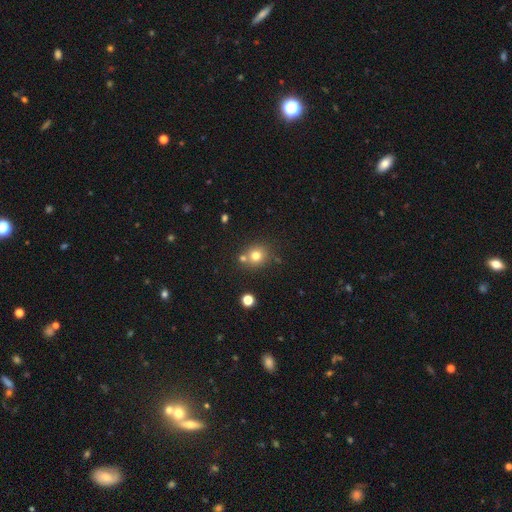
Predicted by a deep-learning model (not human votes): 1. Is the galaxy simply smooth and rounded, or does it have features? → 76% smooth, 14% star or artifact, 10% featured or disk.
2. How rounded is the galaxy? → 85% round, 14% in between, 1% cigar-shaped.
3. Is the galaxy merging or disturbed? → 68% none, 20% merger, 9% minor disturbance, 3% major disturbance.